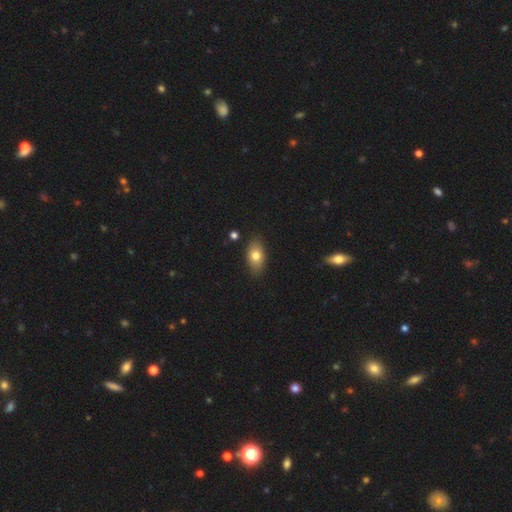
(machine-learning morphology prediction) Q: Smooth or featured?
A: smooth (76%); runner-up: featured or disk (16%)
Q: How rounded?
A: in between (88%); runner-up: round (8%)
Q: Merging?
A: none (85%); runner-up: minor disturbance (11%)